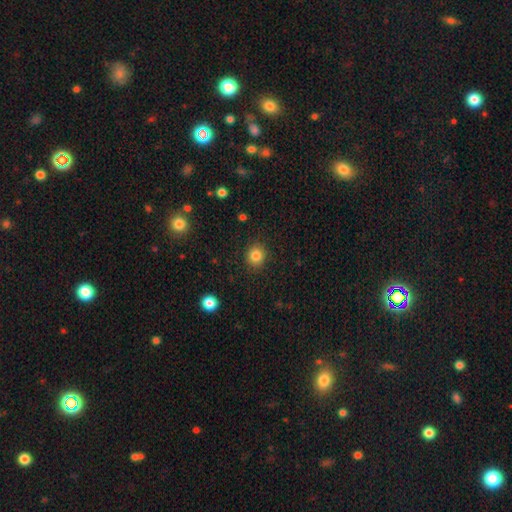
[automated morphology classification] Overall: smooth (84%). How rounded: round (82%). Merging: none (89%).